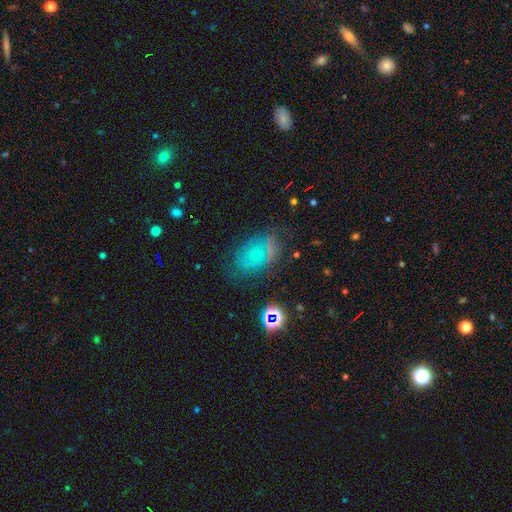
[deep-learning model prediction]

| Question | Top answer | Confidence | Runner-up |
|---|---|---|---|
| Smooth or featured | smooth | 48% | star or artifact (28%) |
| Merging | none | 55% | minor disturbance (24%) |